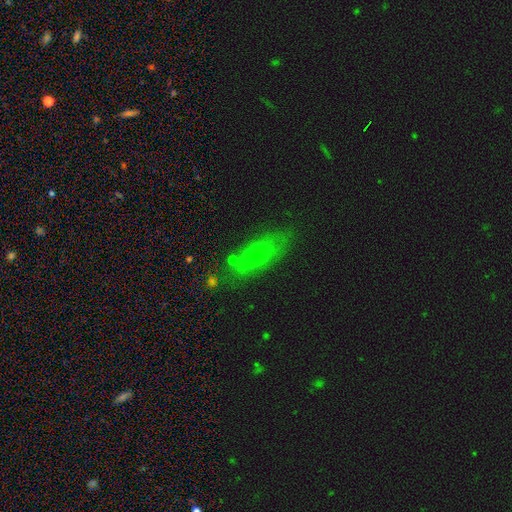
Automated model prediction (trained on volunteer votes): Smooth or featured? Predicted: smooth (p=0.57). How rounded? Predicted: in between (p=0.61). Merging? Predicted: none (p=0.75).